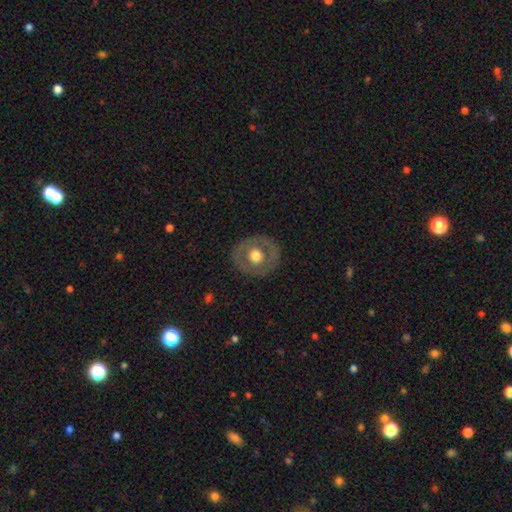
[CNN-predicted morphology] A featured or disk galaxy (48%).

Vote fractions:
- Smooth or featured? featured or disk: 48% / smooth: 46% / star or artifact: 6%
- Merging? none: 83% / minor disturbance: 11% / major disturbance: 5% / merger: 1%